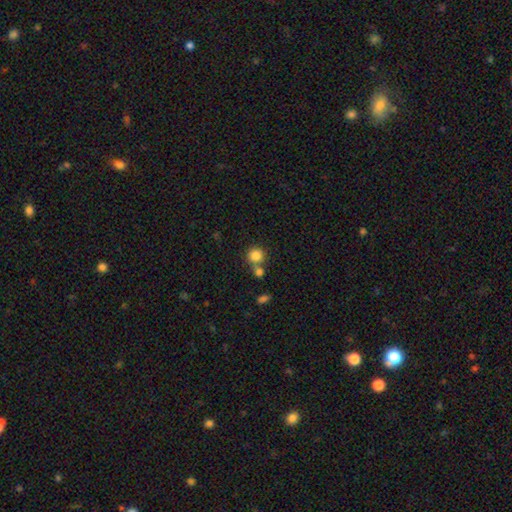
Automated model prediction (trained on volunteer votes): This is clearly a smooth galaxy (83%). How rounded: clearly round (88%). Merging: possibly none (56%).